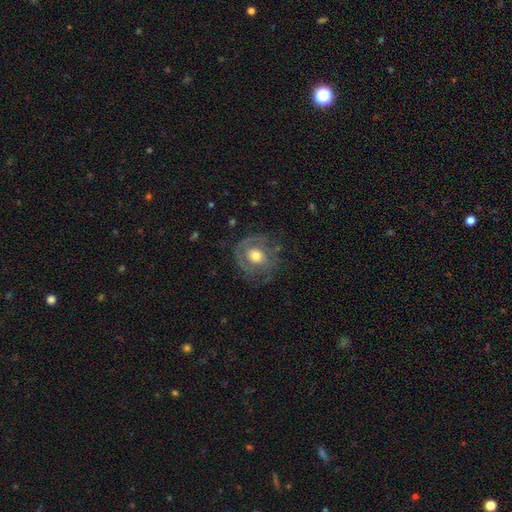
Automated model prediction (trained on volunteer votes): Overall: featured or disk (59%; smooth 35%). Edge-on disk: no (97%). Bar: no (82%). Spiral arms: yes (56%; no 44%). Bulge size: moderate (65%). Merging: none (63%).